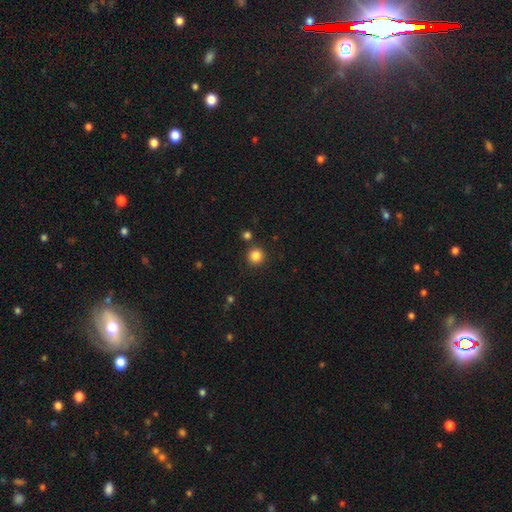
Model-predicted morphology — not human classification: This is clearly a smooth galaxy (85%). How rounded: clearly round (94%). Merging: clearly none (87%).